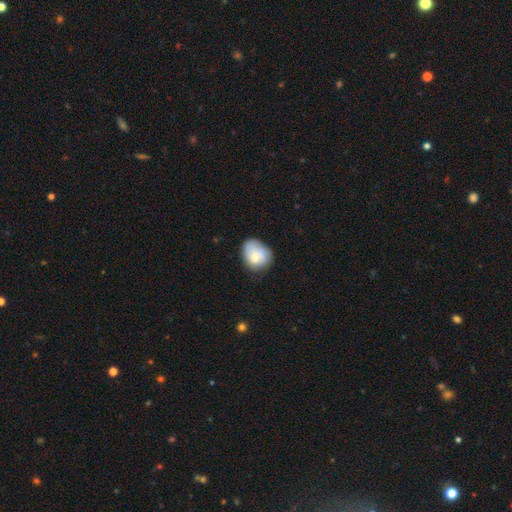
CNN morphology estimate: smooth-or-featured: smooth: 69% | featured or disk: 23% | star or artifact: 8%
  how-rounded: round: 52% | in between: 48% | cigar-shaped: 1%
  merging: none: 49% | minor disturbance: 32% | major disturbance: 12% | merger: 6%